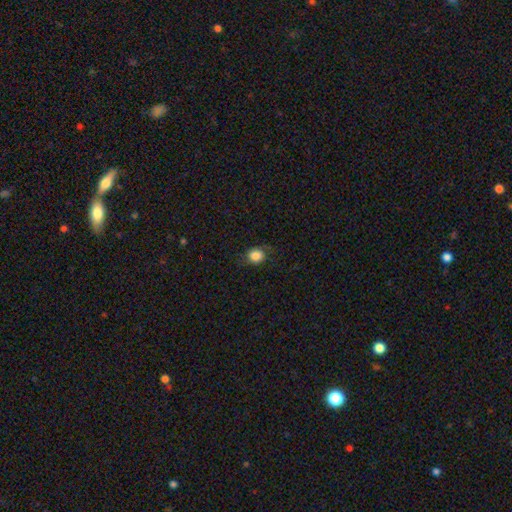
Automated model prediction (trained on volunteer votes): A smooth galaxy with no disk features (82%) that is round (76%).

Vote fractions:
- Smooth or featured? smooth: 82% / star or artifact: 10% / featured or disk: 8%
- How rounded? round: 76% / in between: 23% / cigar-shaped: 1%
- Merging? none: 76% / minor disturbance: 17% / major disturbance: 6% / merger: 1%